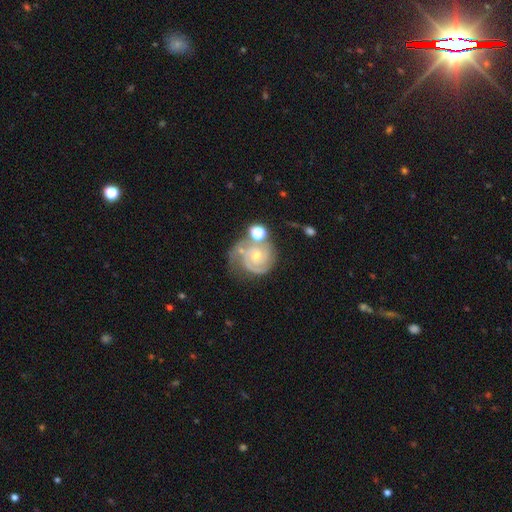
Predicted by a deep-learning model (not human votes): Morphology: type=featured or disk (87%); edge-on=no (98%); bar=no (74%); spiral arms=yes (97%); winding=tight (72%); arm count=2 (58%); bulge=small (58%); merging=none (52%).